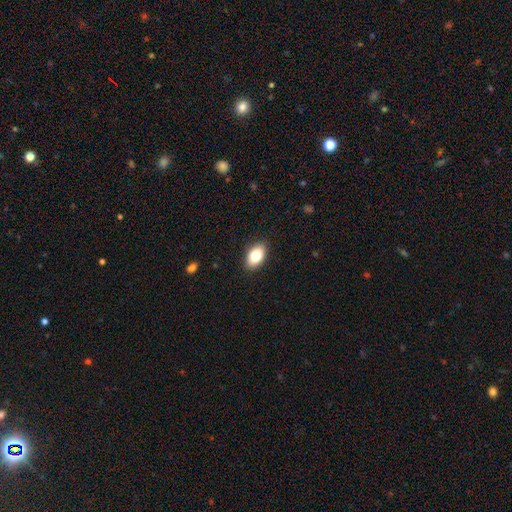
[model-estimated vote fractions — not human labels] This is clearly a smooth galaxy (83%). How rounded: clearly in between (92%). Merging: clearly none (88%).